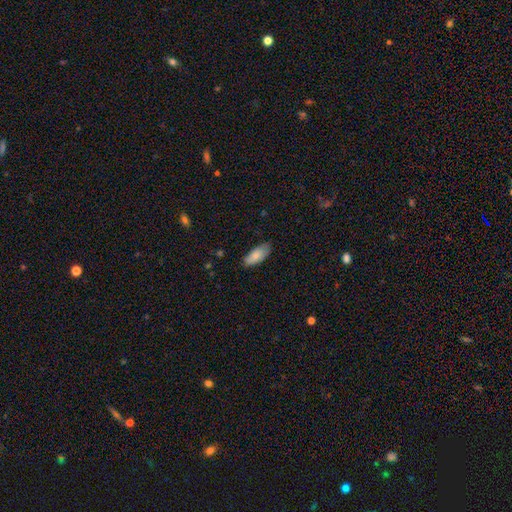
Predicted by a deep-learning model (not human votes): Smooth or featured: smooth — 82% (featured or disk — 12%)
How rounded: in between — 84% (cigar-shaped — 15%)
Merging: none — 76% (minor disturbance — 20%)